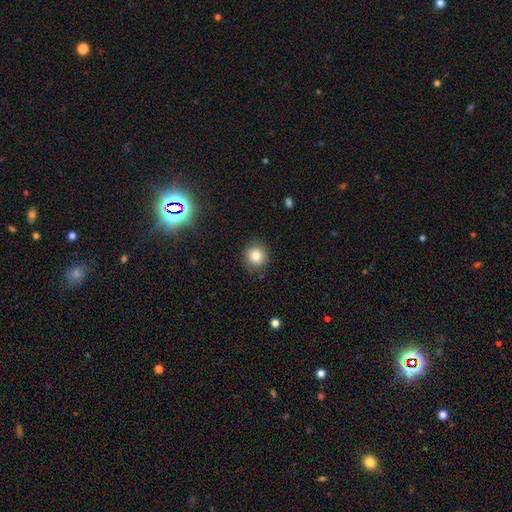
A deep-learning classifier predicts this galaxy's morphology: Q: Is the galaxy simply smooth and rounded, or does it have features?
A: smooth — 83%.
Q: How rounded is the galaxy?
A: round — 91%.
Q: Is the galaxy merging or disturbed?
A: none — 87%.